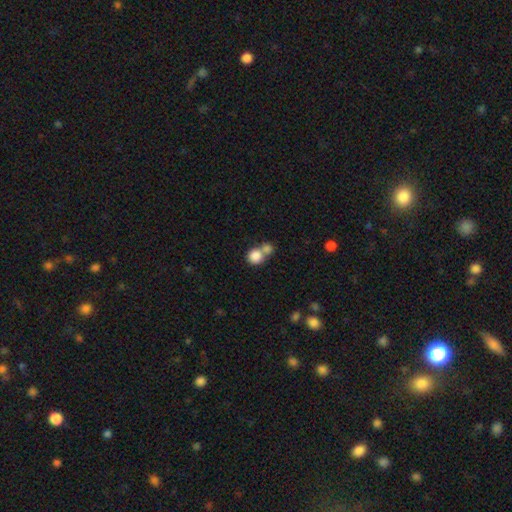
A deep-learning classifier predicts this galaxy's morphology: type=smooth (84%); roundness=round (86%); merging=merger (50%).